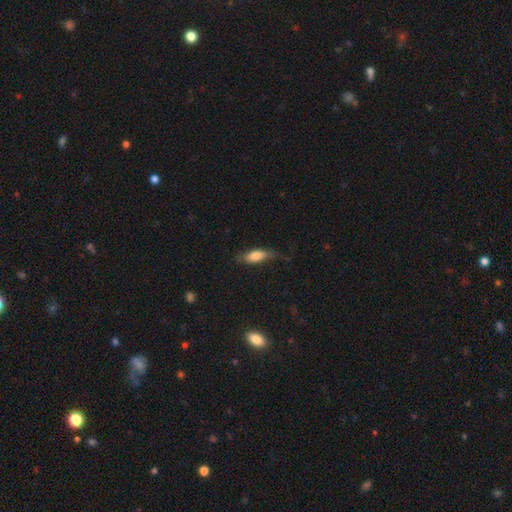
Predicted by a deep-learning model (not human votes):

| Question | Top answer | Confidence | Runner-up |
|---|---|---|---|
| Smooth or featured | smooth | 74% | featured or disk (19%) |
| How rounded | in between | 74% | cigar-shaped (23%) |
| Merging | none | 50% | minor disturbance (31%) |